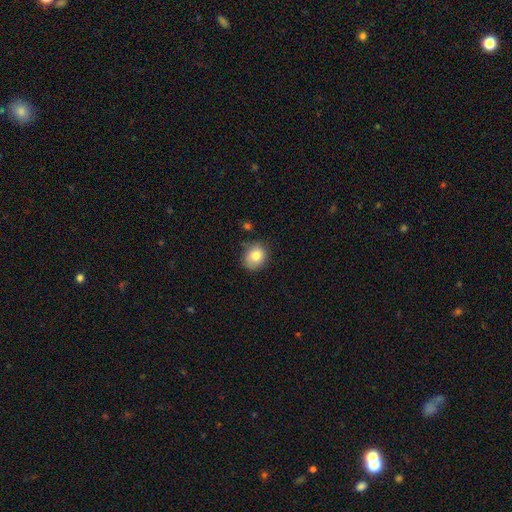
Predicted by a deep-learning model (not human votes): Smooth or featured: smooth — 80% (featured or disk — 11%)
How rounded: round — 66% (in between — 33%)
Merging: none — 71% (minor disturbance — 22%)